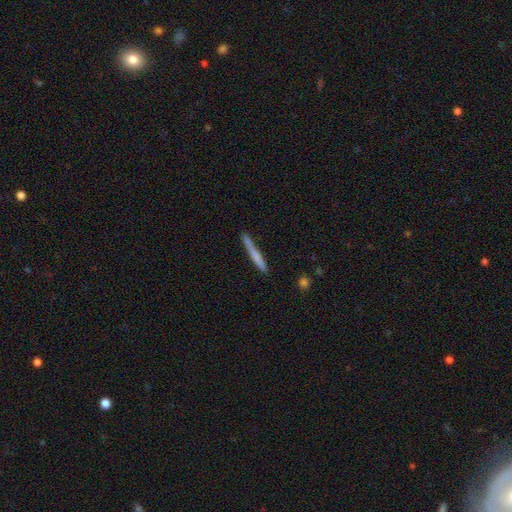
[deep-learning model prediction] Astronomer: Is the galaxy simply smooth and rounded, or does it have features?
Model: smooth — 63%.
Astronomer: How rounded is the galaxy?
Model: cigar-shaped — 96%.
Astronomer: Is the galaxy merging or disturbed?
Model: none — 80%.